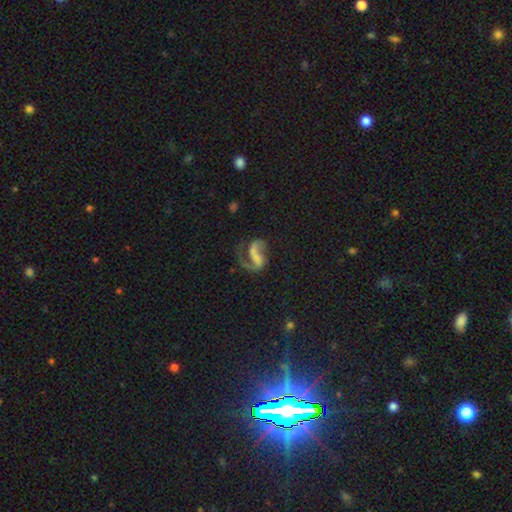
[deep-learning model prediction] smooth-or-featured: featured or disk: 78% | smooth: 14% | star or artifact: 8%
  disk-edge-on: no: 98% | yes: 2%
    bar: weak: 37% | no: 34% | strong: 29%
    has-spiral-arms: yes: 90% | no: 10%
      spiral-winding: loose: 57% | medium: 35% | tight: 9%
      spiral-arm-count: 2: 66% | 1: 29% | can't tell: 3% | 3: 1% | 4: 1% | more than 4: 1%
    bulge-size: none: 53% | small: 25% | moderate: 14% | large: 6% | dominant: 2%
  merging: none: 39% | major disturbance: 37% | minor disturbance: 17% | merger: 7%